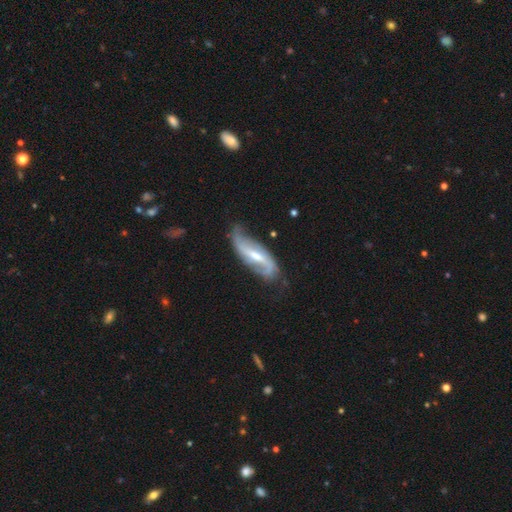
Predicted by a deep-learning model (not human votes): This is clearly a featured or disk galaxy (85%). It is clearly not viewed edge-on (90%). Bar: possibly strong (47%). Spiral arm pattern: clearly yes (94%). Spiral arm count: clearly 2 (88%). Spiral winding: possibly loose (60%). Central bulge: possibly moderate (54%). Merging: likely none (62%).